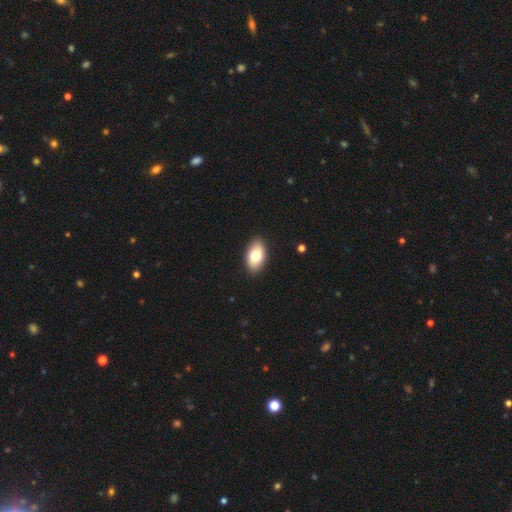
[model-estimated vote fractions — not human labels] Smooth or featured? Predicted: smooth (p=0.78). How rounded? Predicted: in between (p=0.93). Merging? Predicted: none (p=0.90).